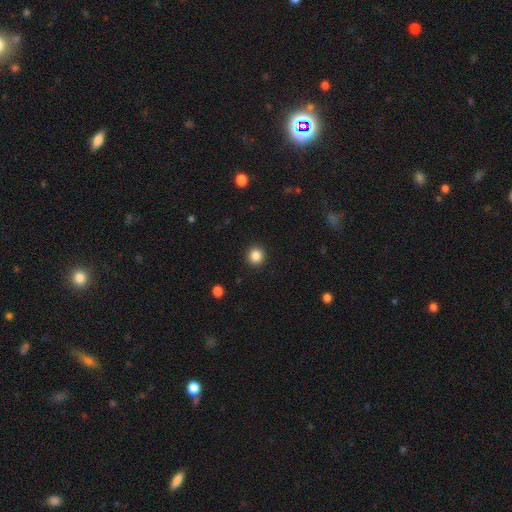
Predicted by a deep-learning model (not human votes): smooth 86%, star or artifact 10%, featured or disk 4%. Down the decision tree: how rounded — round (93%); merging — none (92%).